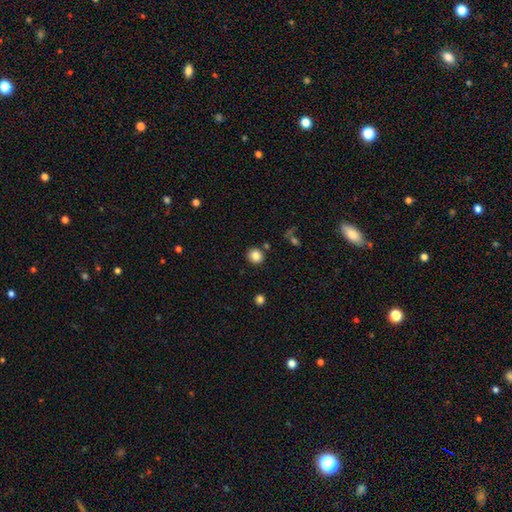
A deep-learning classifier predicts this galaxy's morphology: Smooth or featured: smooth — 84% (star or artifact — 10%)
How rounded: round — 85% (in between — 14%)
Merging: none — 86% (minor disturbance — 7%)